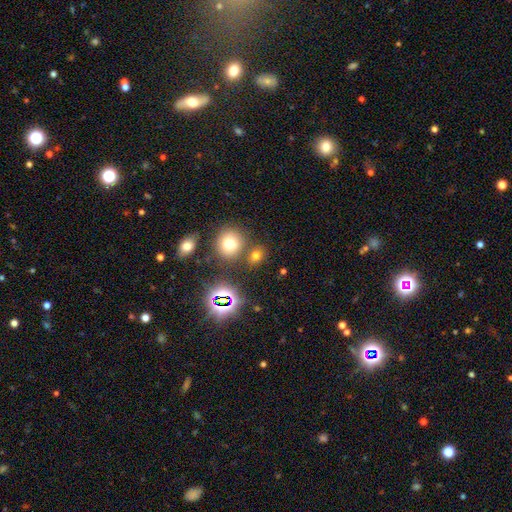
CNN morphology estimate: smooth_or_featured: smooth (p=0.65) [alt: star or artifact p=0.26]
how_rounded: round (p=0.66) [alt: in between p=0.33]
merging: none (p=0.74) [alt: merger p=0.13]